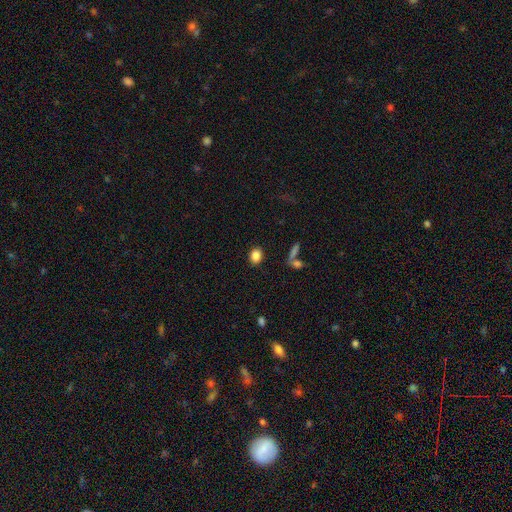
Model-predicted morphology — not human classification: A smooth galaxy with no disk features (85%) that is in between round and cigar-shaped (57%). Merging: none (86%).